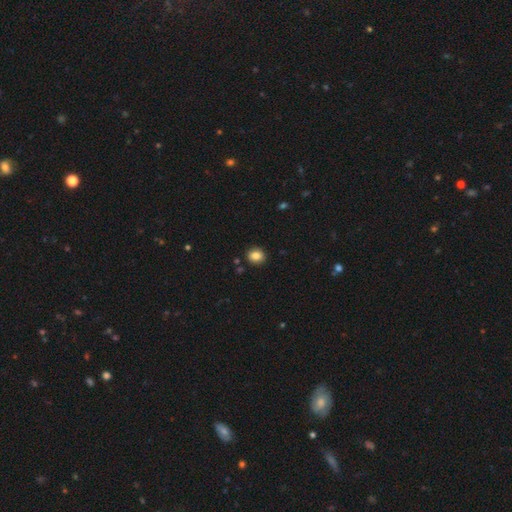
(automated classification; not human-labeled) Smooth or featured?
  - smooth: 85% *
  - star or artifact: 10%
  - featured or disk: 6%
How rounded?
  - round: 58% *
  - in between: 41%
  - cigar-shaped: 1%
Merging?
  - none: 89% *
  - minor disturbance: 8%
  - major disturbance: 2%
  - merger: 2%